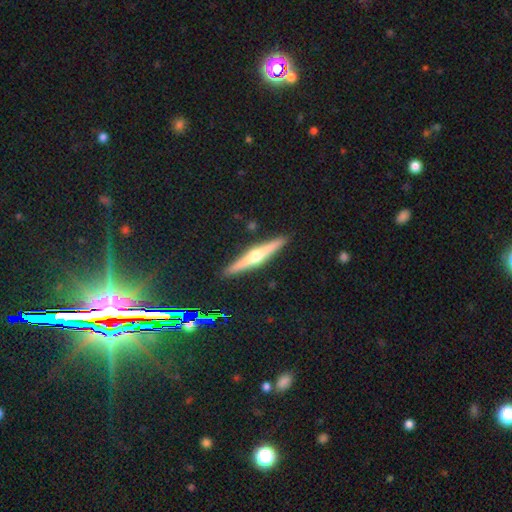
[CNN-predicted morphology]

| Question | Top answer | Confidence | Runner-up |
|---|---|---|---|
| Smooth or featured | featured or disk | 72% | smooth (22%) |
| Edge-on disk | yes | 98% | no (2%) |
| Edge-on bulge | rounded | 92% | none (4%) |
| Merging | none | 92% | minor disturbance (6%) |